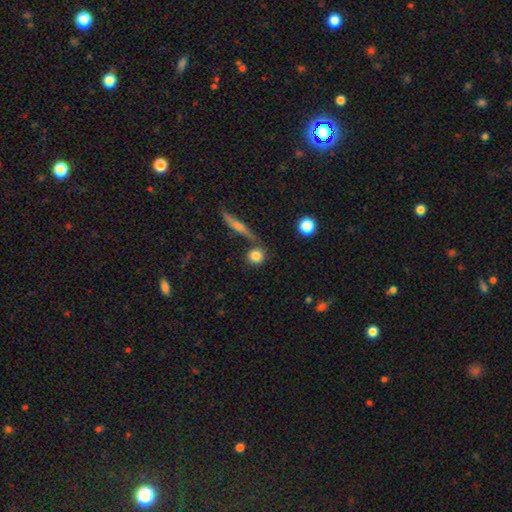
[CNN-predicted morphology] Smooth or featured? smooth (81%)
How rounded? round (88%)
Merging? none (71%)